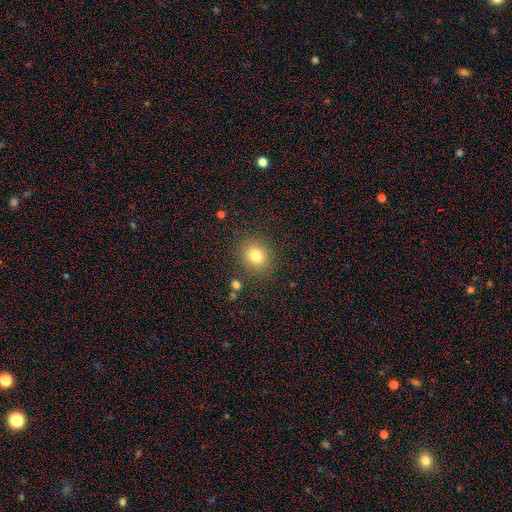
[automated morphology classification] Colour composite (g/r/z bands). It shows a smooth galaxy with no disk features (79%) that is round (75%). Merging: none (86%).